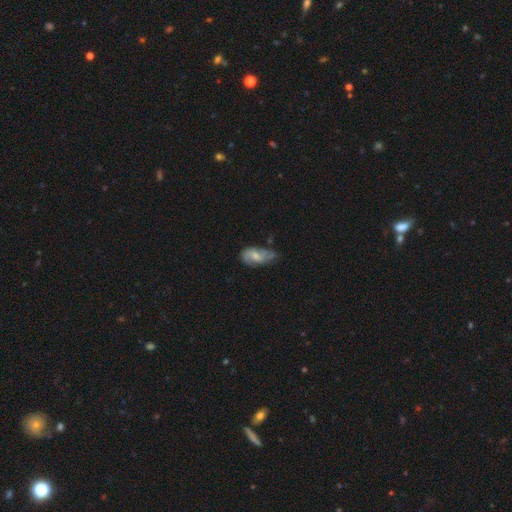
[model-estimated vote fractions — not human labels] Morphology: type=featured or disk (56%); edge-on=no (95%); bar=no (57%); spiral arms=yes (82%); bulge=moderate (53%); merging=none (44%).